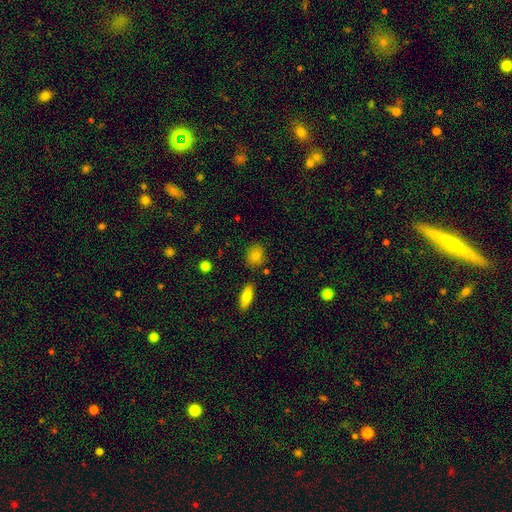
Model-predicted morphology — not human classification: smooth 81%, star or artifact 10%, featured or disk 9%. Down the decision tree: how rounded — round (64%); merging — none (82%).